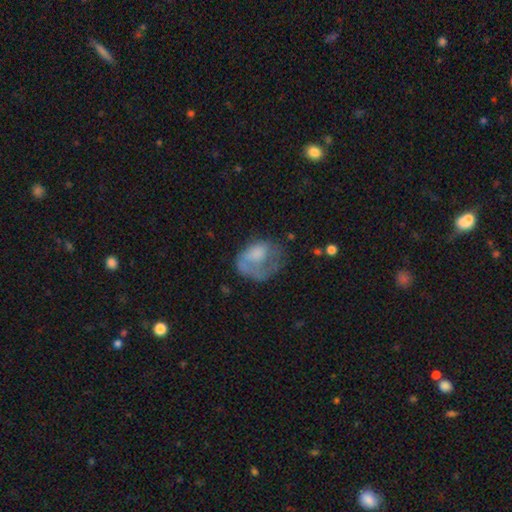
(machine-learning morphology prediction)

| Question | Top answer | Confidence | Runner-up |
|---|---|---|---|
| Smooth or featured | smooth | 51% | featured or disk (40%) |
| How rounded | in between | 61% | round (38%) |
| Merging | major disturbance | 45% | none (30%) |